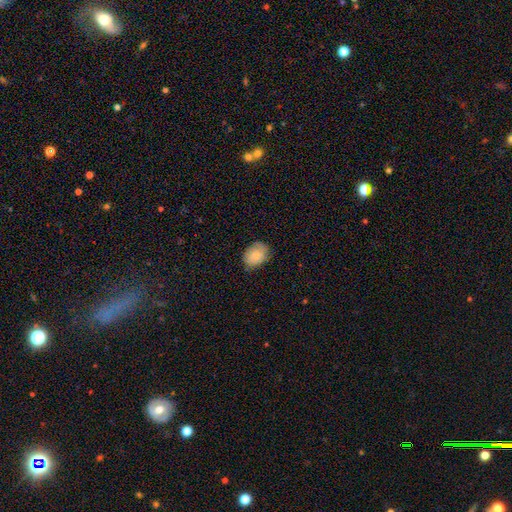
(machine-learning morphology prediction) smooth_or_featured: smooth (p=0.77) [alt: featured or disk p=0.16]
how_rounded: in between (p=0.68) [alt: round p=0.31]
merging: none (p=0.70) [alt: minor disturbance p=0.24]